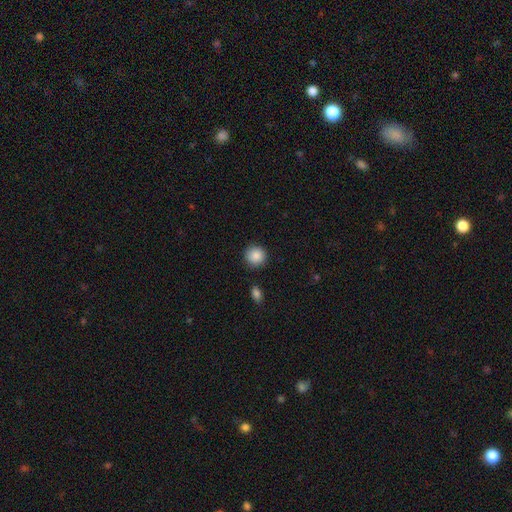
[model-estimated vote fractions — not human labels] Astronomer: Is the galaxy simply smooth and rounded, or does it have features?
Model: smooth — 88%.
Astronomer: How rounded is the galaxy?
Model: round — 92%.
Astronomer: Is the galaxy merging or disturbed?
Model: none — 89%.